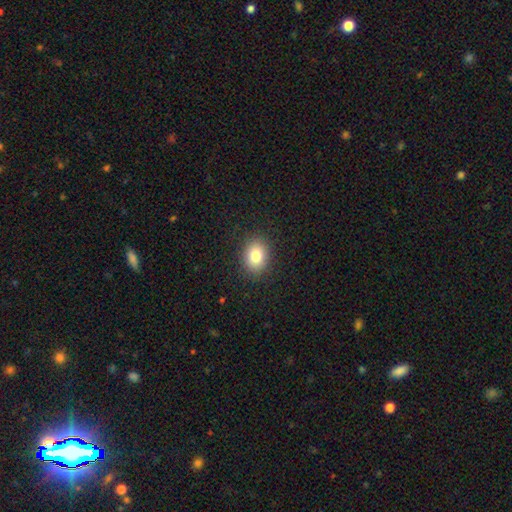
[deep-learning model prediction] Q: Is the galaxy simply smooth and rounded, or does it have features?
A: smooth — 81%.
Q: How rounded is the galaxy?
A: in between — 58%.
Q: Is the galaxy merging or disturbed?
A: none — 89%.